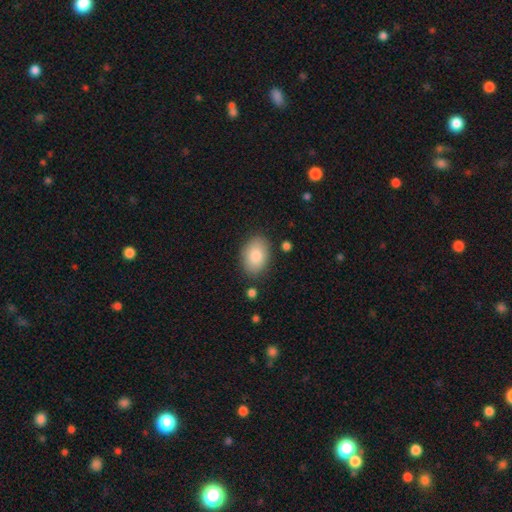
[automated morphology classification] This is clearly a smooth galaxy (85%). How rounded: clearly in between (86%). Merging: clearly none (84%).